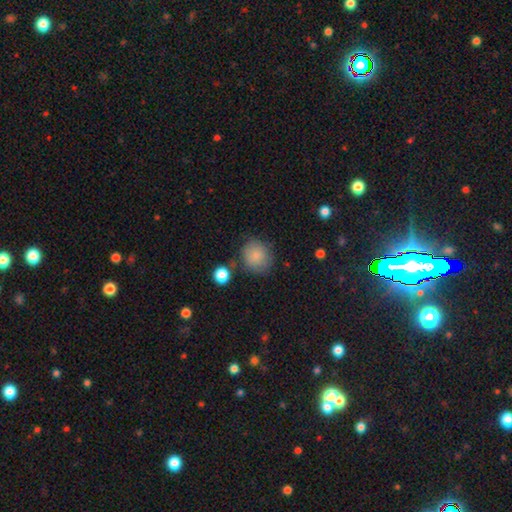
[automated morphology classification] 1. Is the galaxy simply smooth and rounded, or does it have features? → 83% smooth, 9% star or artifact, 8% featured or disk.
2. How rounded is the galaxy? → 85% round, 14% in between, 1% cigar-shaped.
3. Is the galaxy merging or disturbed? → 75% none, 15% minor disturbance, 5% major disturbance, 5% merger.